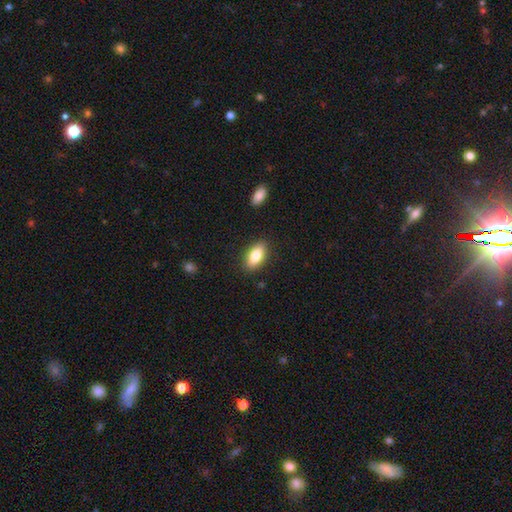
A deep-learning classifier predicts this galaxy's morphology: This appears to be a smooth galaxy with no disk features (82%) that is in between round and cigar-shaped (87%). Merging: none (87%).